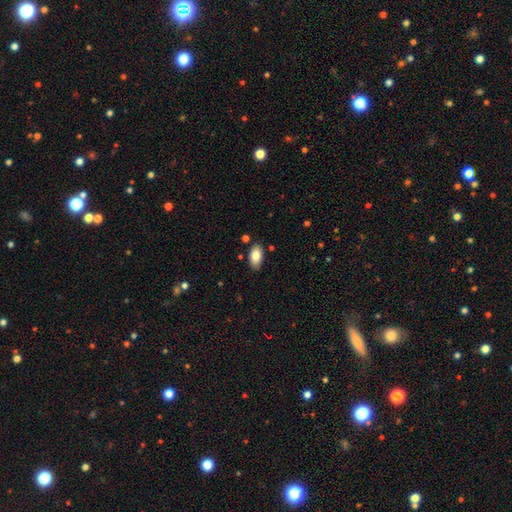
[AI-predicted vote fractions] smooth 82%, featured or disk 11%, star or artifact 7%. Down the decision tree: how rounded — in between (94%); merging — none (83%).